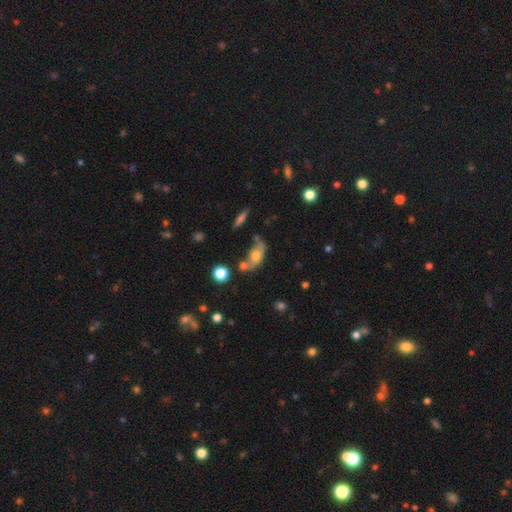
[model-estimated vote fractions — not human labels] smooth_or_featured: smooth (p=0.61) [alt: featured or disk p=0.30]
how_rounded: in between (p=0.80) [alt: cigar-shaped p=0.11]
merging: none (p=0.43) [alt: merger p=0.28]